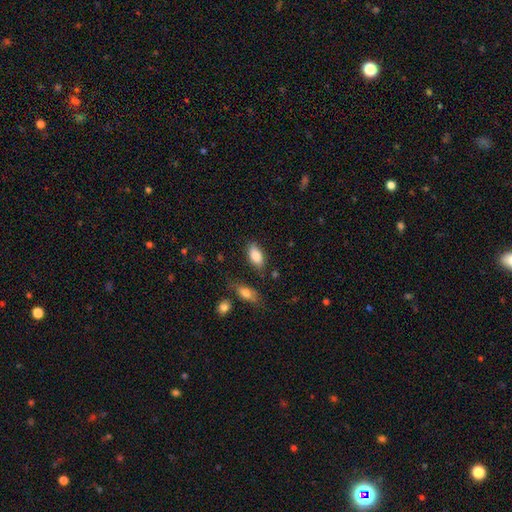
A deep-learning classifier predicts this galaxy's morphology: The model was most divided on "merging": none: 77%, minor disturbance: 16%, merger: 4%, major disturbance: 4%. More confident: how rounded — in between (91%); smooth or featured — smooth (85%).